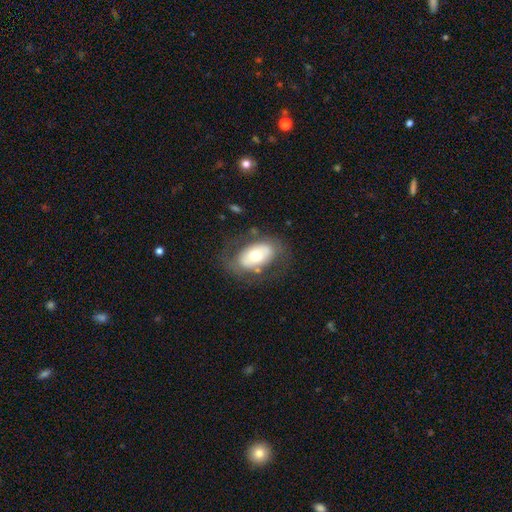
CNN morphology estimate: Q: Smooth or featured?
A: smooth (55%); runner-up: featured or disk (38%)
Q: How rounded?
A: in between (90%); runner-up: round (8%)
Q: Merging?
A: none (67%); runner-up: minor disturbance (17%)